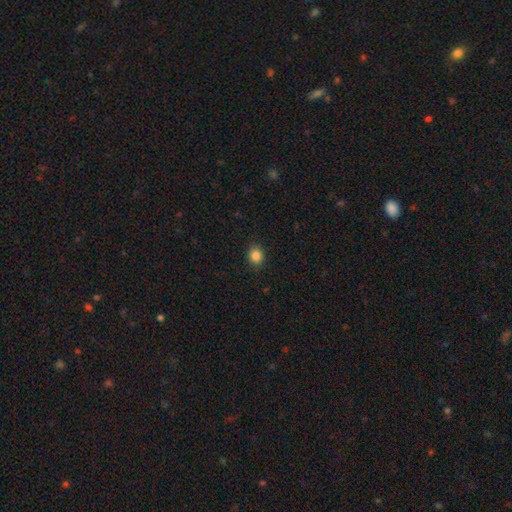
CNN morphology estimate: smooth-or-featured: smooth: 86% | star or artifact: 10% | featured or disk: 4%
  how-rounded: round: 69% | in between: 30% | cigar-shaped: 1%
  merging: none: 88% | minor disturbance: 8% | major disturbance: 2% | merger: 1%